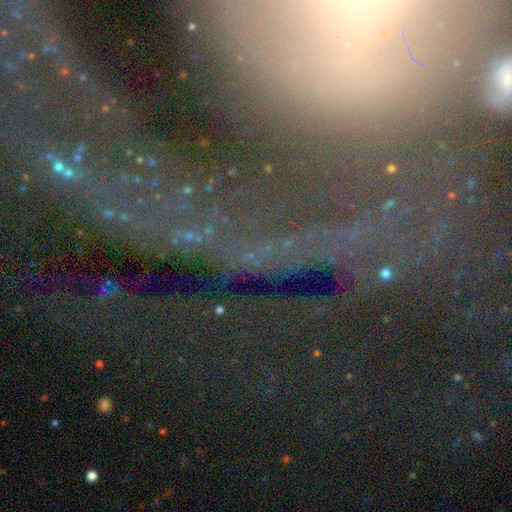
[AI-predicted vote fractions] A star or artifact, not a galaxy (82%).